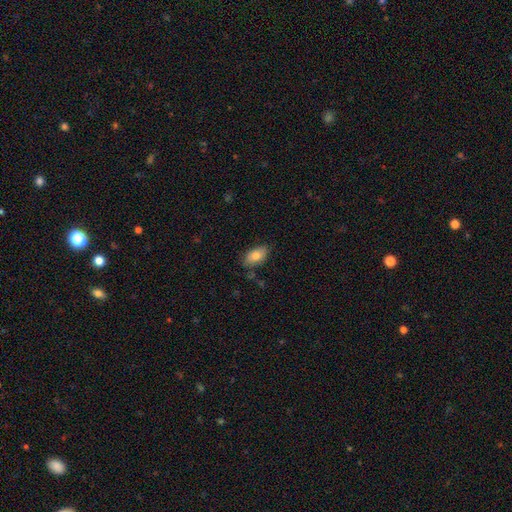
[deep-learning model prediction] Smooth or featured? smooth (81%)
How rounded? in between (91%)
Merging? none (76%)